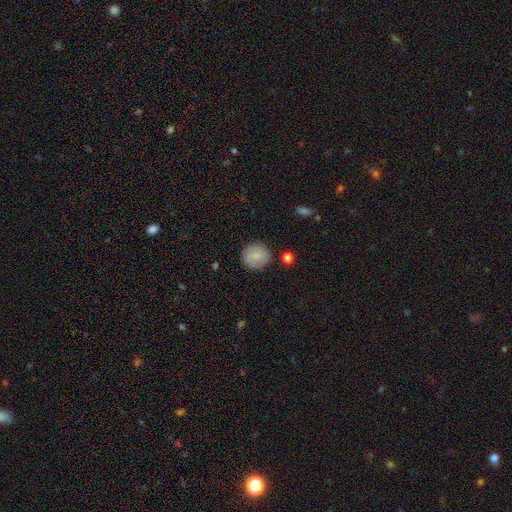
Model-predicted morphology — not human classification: smooth-or-featured: smooth: 81% | featured or disk: 12% | star or artifact: 7%
  how-rounded: round: 94% | in between: 5% | cigar-shaped: 1%
  merging: none: 88% | minor disturbance: 8% | major disturbance: 2% | merger: 2%